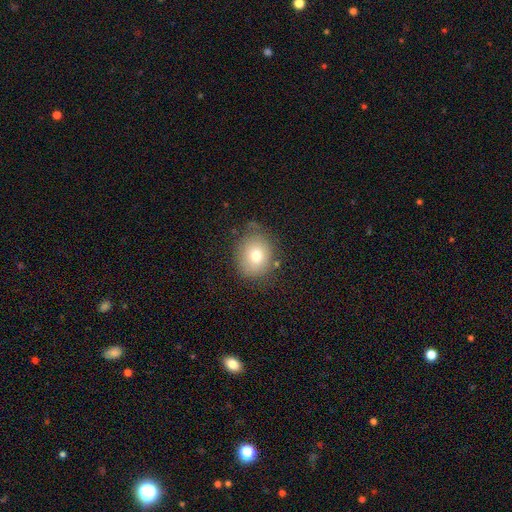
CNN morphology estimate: Smooth or featured?
  - smooth: 74% *
  - featured or disk: 15%
  - star or artifact: 12%
How rounded?
  - round: 67% *
  - in between: 32%
  - cigar-shaped: 1%
Merging?
  - none: 74% *
  - minor disturbance: 18%
  - major disturbance: 6%
  - merger: 2%